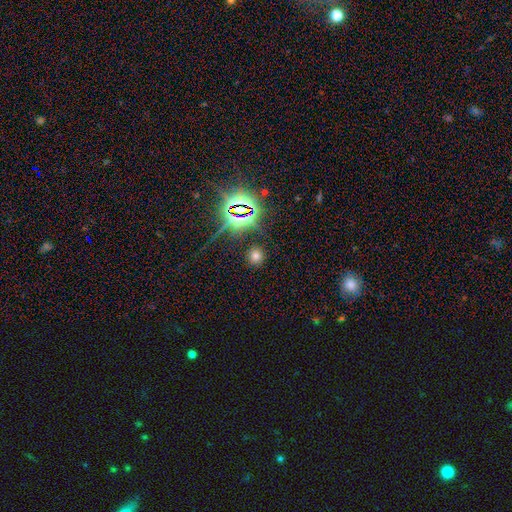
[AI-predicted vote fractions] smooth_or_featured: smooth (p=0.64) [alt: star or artifact p=0.29]
how_rounded: round (p=0.82) [alt: in between p=0.16]
merging: none (p=0.88) [alt: minor disturbance p=0.07]